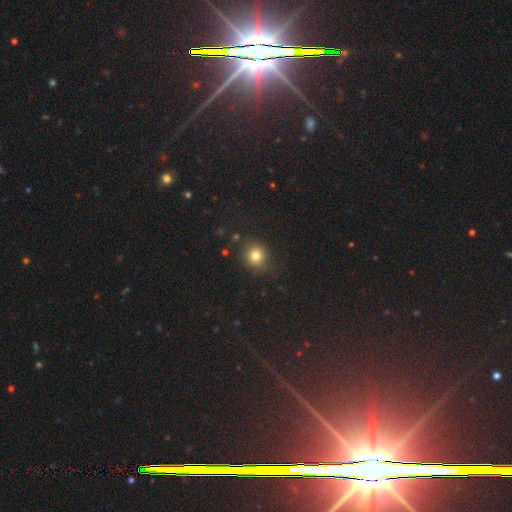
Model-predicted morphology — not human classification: Smooth or featured? smooth (78%)
How rounded? round (88%)
Merging? none (84%)